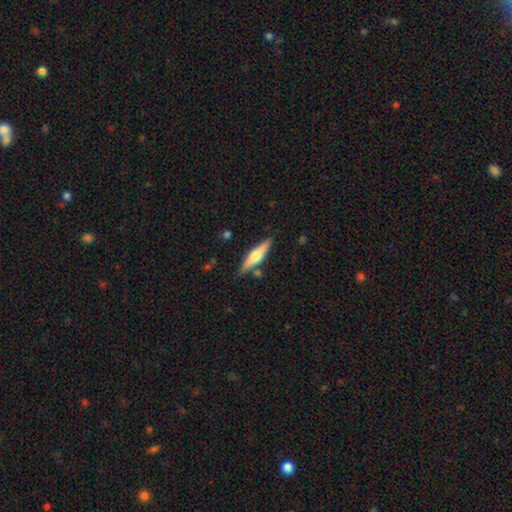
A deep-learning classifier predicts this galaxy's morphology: smooth_or_featured: featured or disk (p=0.58) [alt: smooth p=0.36]
disk_edge_on: yes (p=0.96) [alt: no p=0.04]
edge_on_bulge: rounded (p=0.90) [alt: boxy p=0.06]
merging: none (p=0.82) [alt: minor disturbance p=0.11]